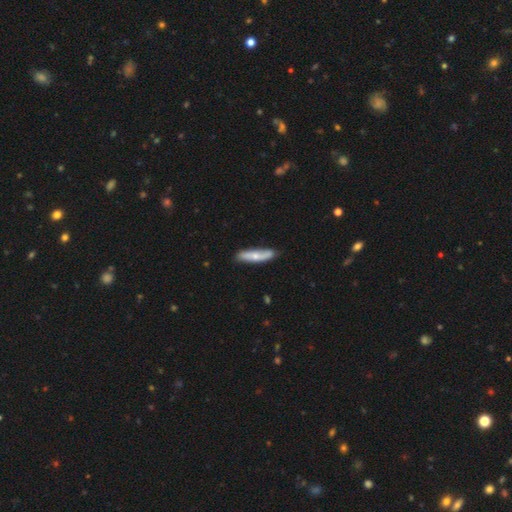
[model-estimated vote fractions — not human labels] smooth 54%, featured or disk 41%, star or artifact 5%. Down the decision tree: how rounded — cigar-shaped (75%); merging — none (80%).